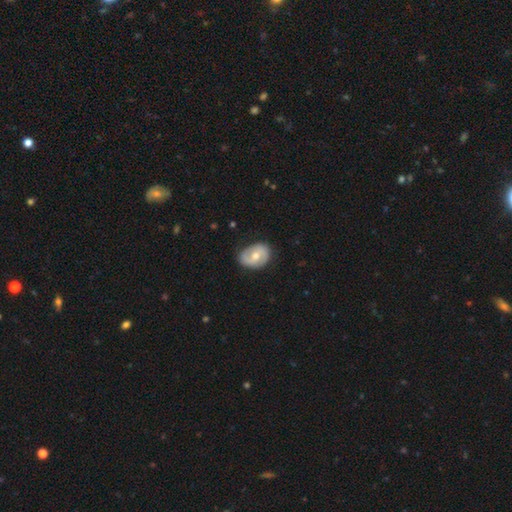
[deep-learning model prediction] Q: Smooth or featured?
A: featured or disk (55%); runner-up: smooth (39%)
Q: Edge-on disk?
A: no (96%); runner-up: yes (4%)
Q: Bar?
A: no (52%); runner-up: weak (37%)
Q: Spiral arms?
A: yes (70%); runner-up: no (30%)
Q: Bulge size?
A: moderate (72%); runner-up: small (23%)
Q: Merging?
A: none (75%); runner-up: minor disturbance (19%)